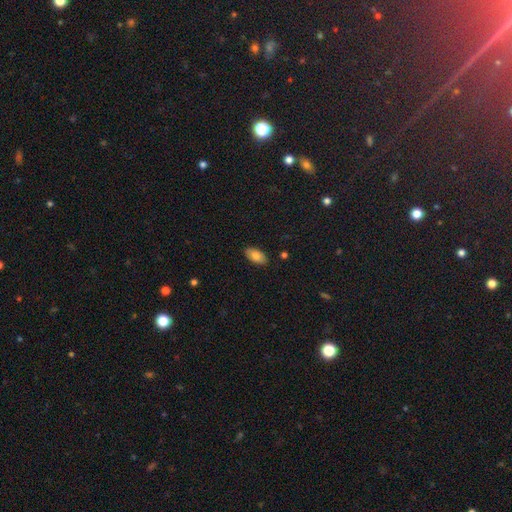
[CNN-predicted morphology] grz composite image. It shows a smooth galaxy with no disk features (80%) that is in between round and cigar-shaped (94%). Merging: none (88%).